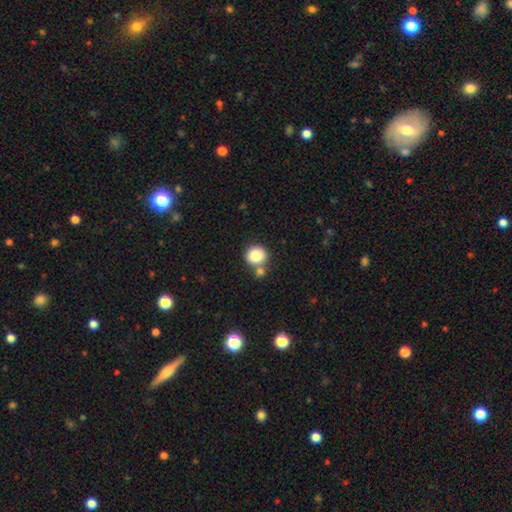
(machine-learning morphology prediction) smooth 85%, star or artifact 9%, featured or disk 6%. Down the decision tree: how rounded — round (89%); merging — none (61%).